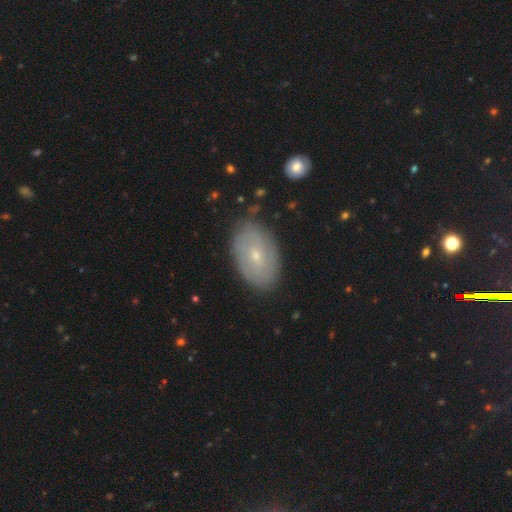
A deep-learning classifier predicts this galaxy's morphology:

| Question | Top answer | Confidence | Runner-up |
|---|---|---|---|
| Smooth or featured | featured or disk | 57% | smooth (35%) |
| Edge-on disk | no | 93% | yes (7%) |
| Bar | no | 61% | weak (32%) |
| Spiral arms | yes | 66% | no (34%) |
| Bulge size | small | 72% | moderate (25%) |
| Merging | none | 83% | minor disturbance (13%) |